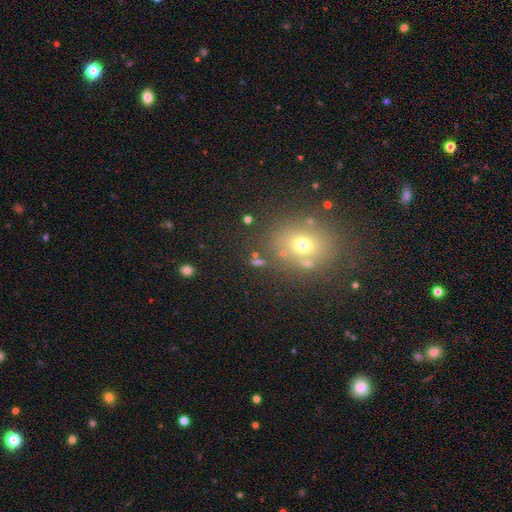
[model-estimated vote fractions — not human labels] Smooth or featured? smooth (59%)
How rounded? round (57%)
Merging? none (74%)